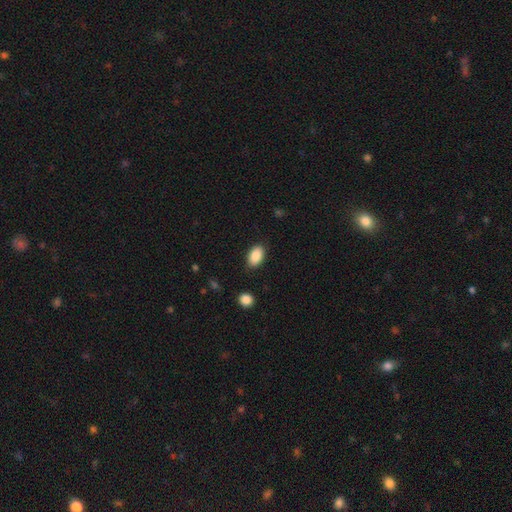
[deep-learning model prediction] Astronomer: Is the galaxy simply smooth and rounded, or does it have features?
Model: smooth — 89%.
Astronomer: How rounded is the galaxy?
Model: in between — 93%.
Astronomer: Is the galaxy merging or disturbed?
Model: none — 86%.